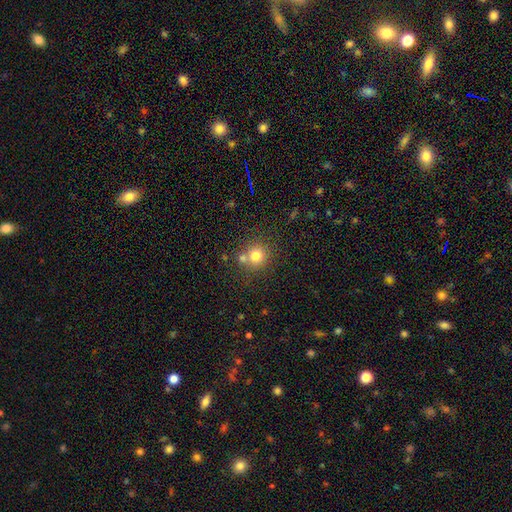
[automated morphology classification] Q: Smooth or featured?
A: smooth (76%); runner-up: star or artifact (14%)
Q: How rounded?
A: round (91%); runner-up: in between (8%)
Q: Merging?
A: none (64%); runner-up: merger (25%)